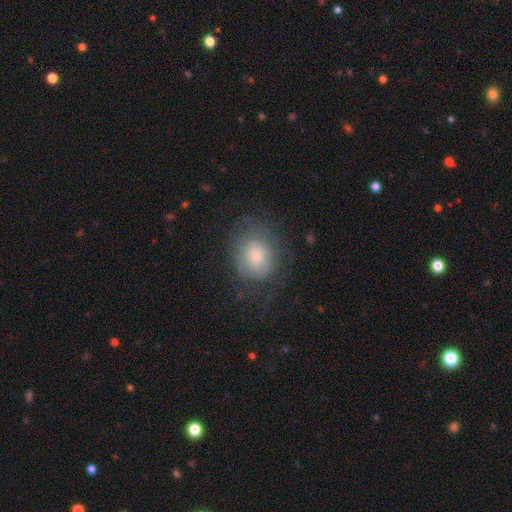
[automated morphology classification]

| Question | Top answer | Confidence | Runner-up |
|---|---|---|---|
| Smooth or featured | smooth | 61% | featured or disk (29%) |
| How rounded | round | 62% | in between (37%) |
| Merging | none | 67% | minor disturbance (19%) |